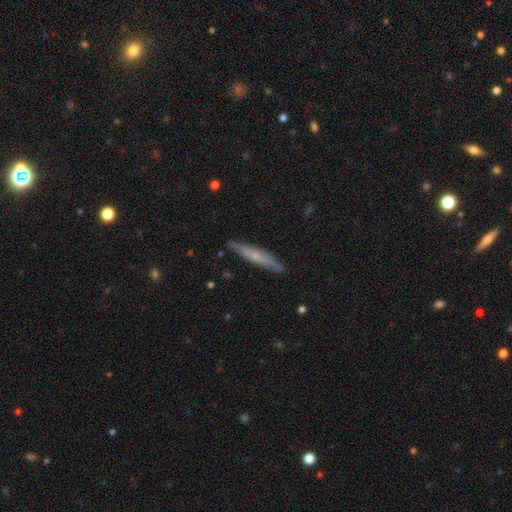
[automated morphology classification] Smooth or featured? featured or disk (49%)
Merging? none (85%)